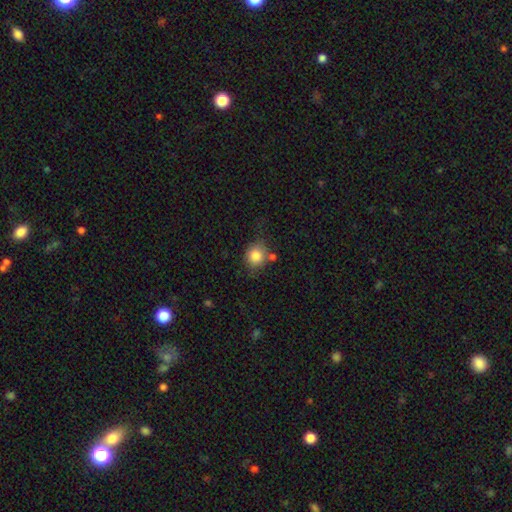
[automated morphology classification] This is clearly a smooth galaxy (83%). How rounded: likely round (79%). Merging: likely none (65%).